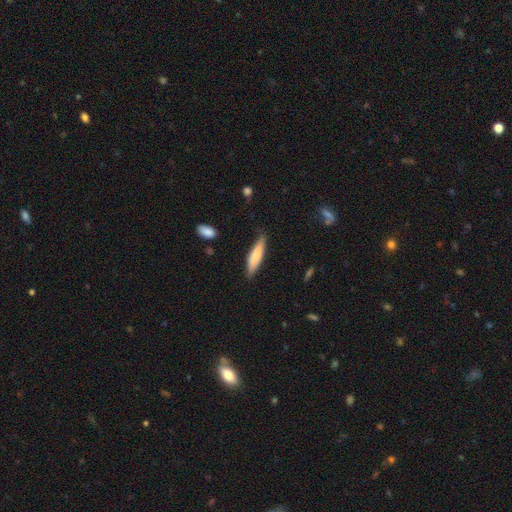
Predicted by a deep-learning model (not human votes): Q: Smooth or featured?
A: smooth (72%); runner-up: featured or disk (22%)
Q: How rounded?
A: cigar-shaped (78%); runner-up: in between (20%)
Q: Merging?
A: none (83%); runner-up: minor disturbance (13%)